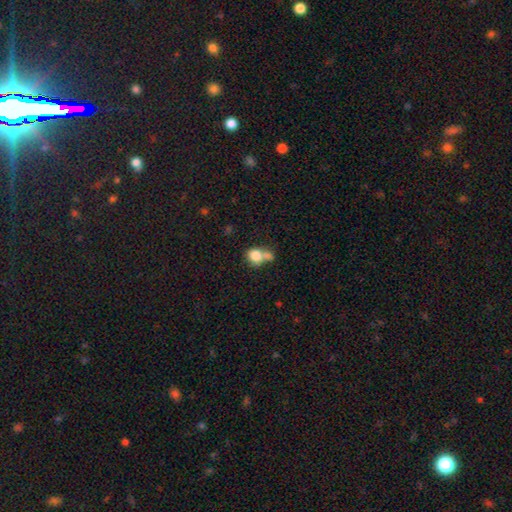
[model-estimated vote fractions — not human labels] A smooth galaxy with no disk features (80%) that is round (68%).

Vote fractions:
- Smooth or featured? smooth: 80% / featured or disk: 10% / star or artifact: 10%
- How rounded? round: 68% / in between: 31% / cigar-shaped: 1%
- Merging? merger: 46% / none: 34% / minor disturbance: 13% / major disturbance: 7%